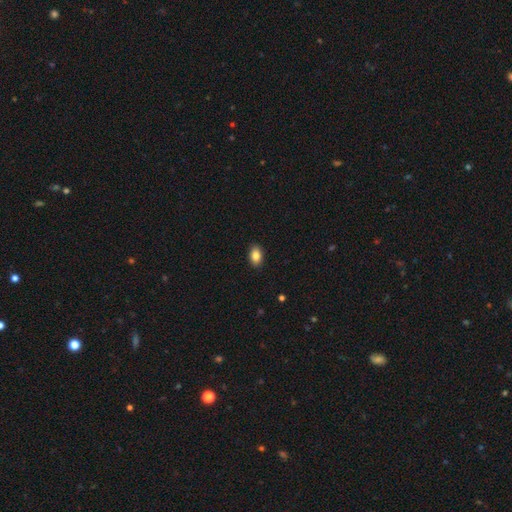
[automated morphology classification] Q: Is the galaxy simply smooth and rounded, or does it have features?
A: smooth — 86%.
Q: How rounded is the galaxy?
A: in between — 88%.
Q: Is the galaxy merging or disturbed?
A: none — 90%.